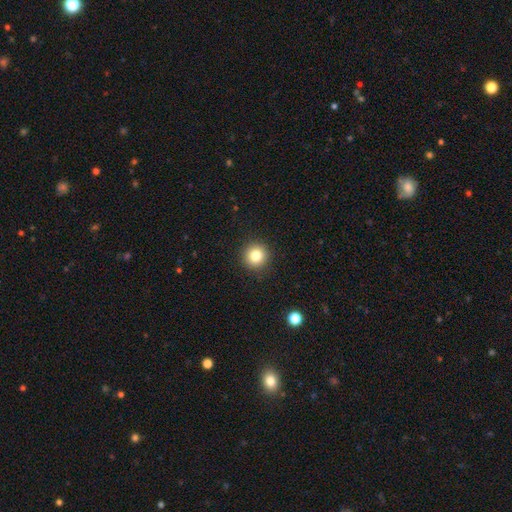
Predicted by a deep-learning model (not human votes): Smooth or featured? Predicted: smooth (p=0.82). How rounded? Predicted: round (p=0.94). Merging? Predicted: none (p=0.92).